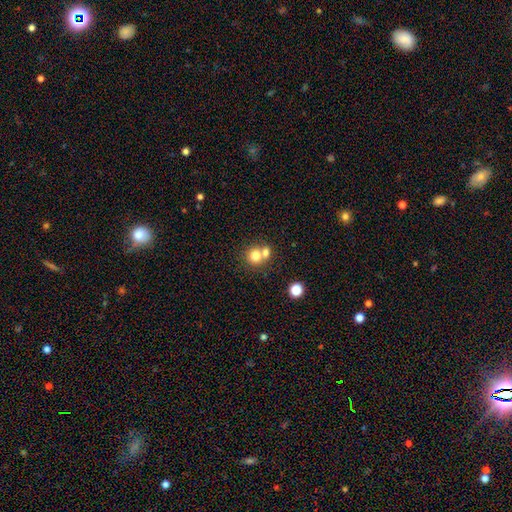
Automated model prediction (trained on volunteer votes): A smooth galaxy with no disk features (76%) that is round (83%). Merging: merger (49%).